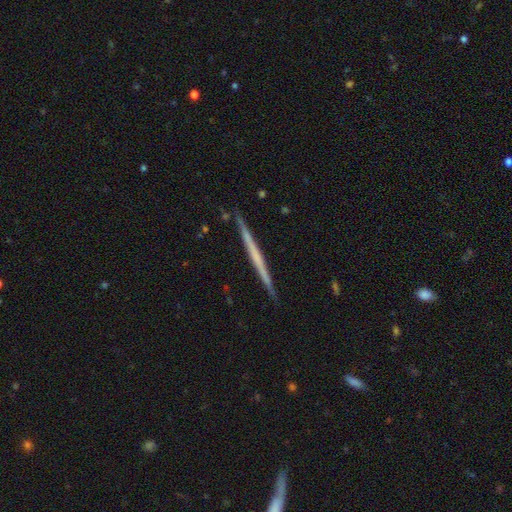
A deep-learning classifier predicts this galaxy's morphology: type=featured or disk (61%); edge-on=yes (98%); edge-on bulge=none (87%); merging=none (91%).